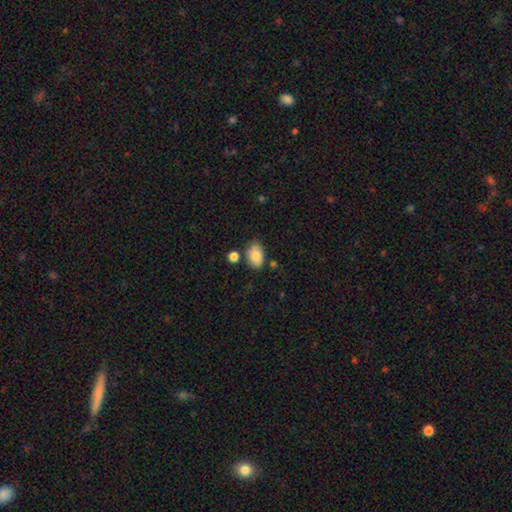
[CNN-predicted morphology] Smooth or featured? smooth (83%)
How rounded? in between (88%)
Merging? none (69%)